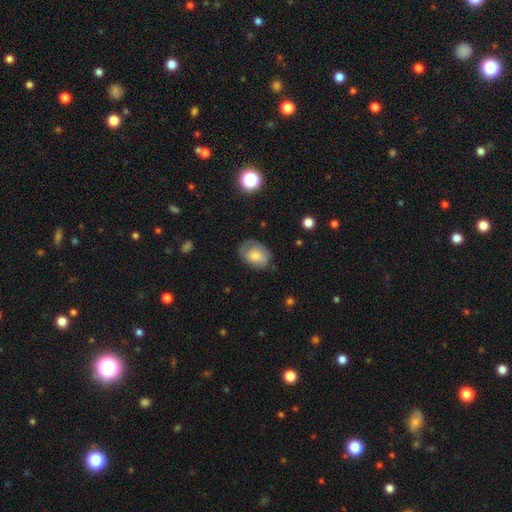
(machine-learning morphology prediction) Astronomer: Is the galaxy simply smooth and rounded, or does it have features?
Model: smooth — 61%.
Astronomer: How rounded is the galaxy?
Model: in between — 73%.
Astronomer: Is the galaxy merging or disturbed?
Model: none — 64%.